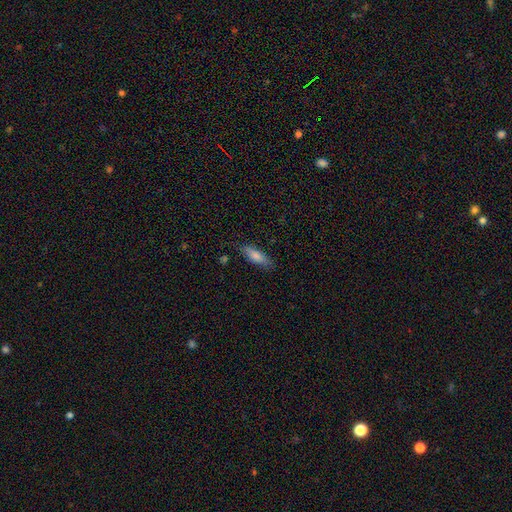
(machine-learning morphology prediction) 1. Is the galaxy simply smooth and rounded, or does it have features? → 80% smooth, 13% featured or disk, 6% star or artifact.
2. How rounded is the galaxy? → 55% in between, 44% cigar-shaped, 2% round.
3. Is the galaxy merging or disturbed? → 80% none, 15% minor disturbance, 3% major disturbance, 2% merger.